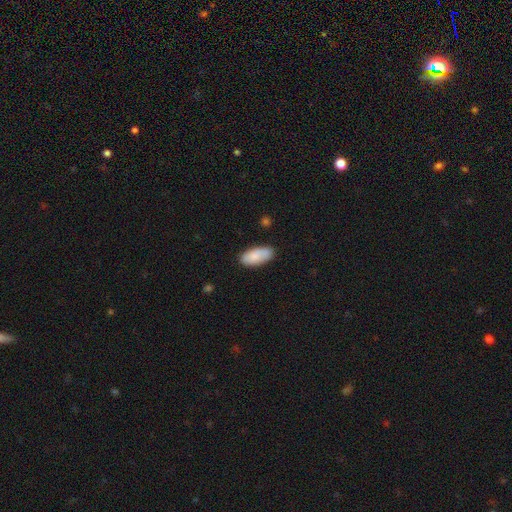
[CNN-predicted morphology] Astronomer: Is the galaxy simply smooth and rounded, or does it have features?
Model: smooth — 83%.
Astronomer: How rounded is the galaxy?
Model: in between — 91%.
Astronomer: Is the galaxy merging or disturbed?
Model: none — 80%.